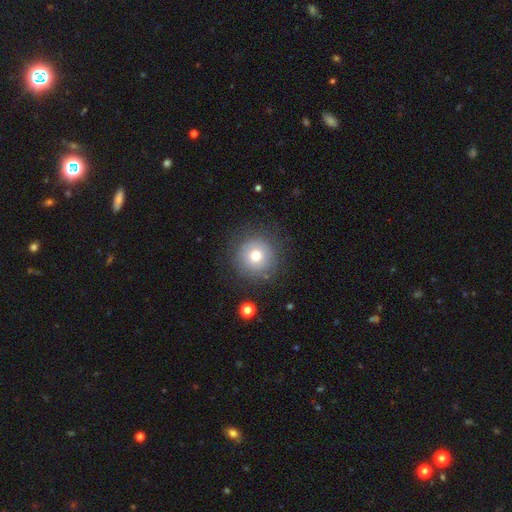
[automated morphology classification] smooth 71%, featured or disk 17%, star or artifact 12%. Down the decision tree: how rounded — round (95%); merging — none (83%).